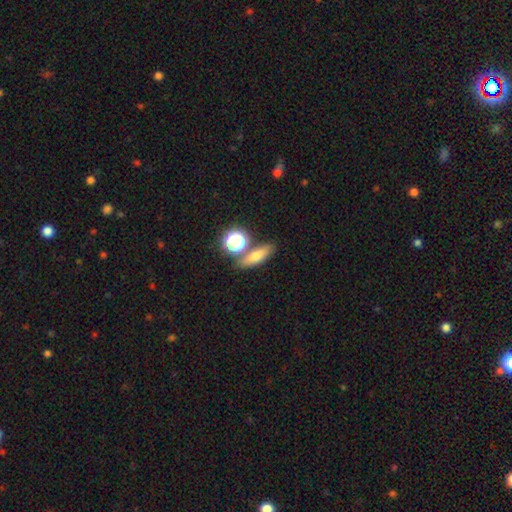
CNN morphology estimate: smooth_or_featured: smooth (p=0.65) [alt: featured or disk p=0.20]
how_rounded: in between (p=0.46) [alt: cigar-shaped p=0.34]
merging: none (p=0.71) [alt: merger p=0.15]